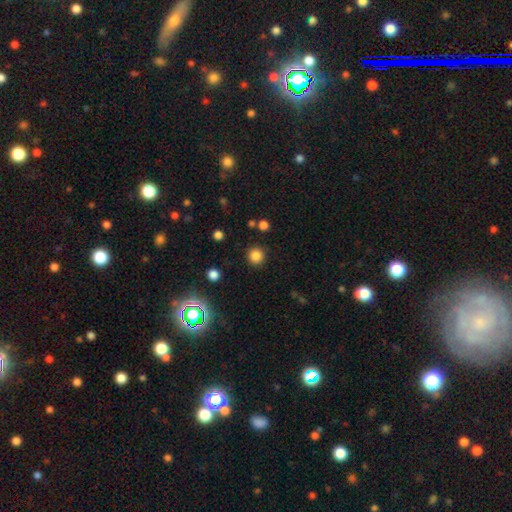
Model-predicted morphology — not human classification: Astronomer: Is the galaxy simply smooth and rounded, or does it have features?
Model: smooth — 83%.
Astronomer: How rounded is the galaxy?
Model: round — 95%.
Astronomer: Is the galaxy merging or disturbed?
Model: none — 90%.